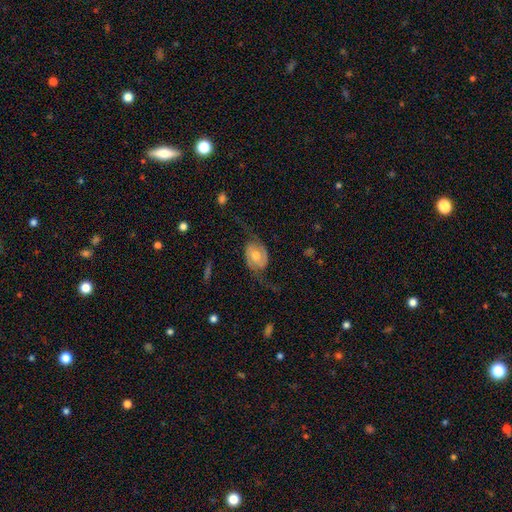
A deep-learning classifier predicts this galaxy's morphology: Smooth or featured?
  - featured or disk: 77% *
  - smooth: 17%
  - star or artifact: 7%
Edge-on disk?
  - no: 96% *
  - yes: 4%
Bar?
  - no: 65% *
  - weak: 28%
  - strong: 7%
Spiral arms?
  - yes: 92% *
  - no: 8%
Spiral winding?
  - loose: 57% *
  - medium: 31%
  - tight: 12%
Spiral arm count?
  - 2: 90% *
  - can't tell: 4%
  - 1: 3%
  - 3: 1%
  - 4: 1%
  - more than 4: 1%
Bulge size?
  - moderate: 67% *
  - small: 21%
  - large: 8%
  - none: 2%
  - dominant: 2%
Merging?
  - none: 60% *
  - major disturbance: 21%
  - minor disturbance: 18%
  - merger: 2%